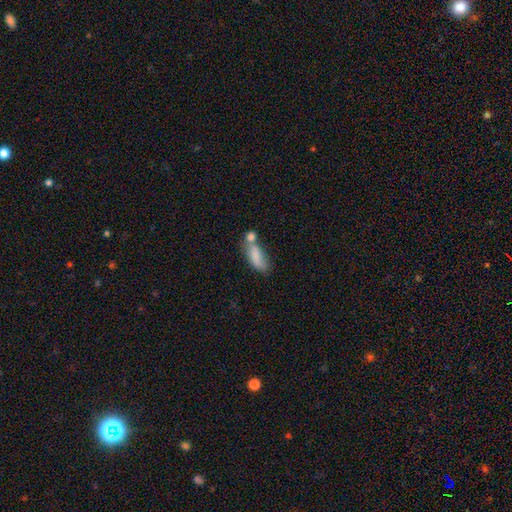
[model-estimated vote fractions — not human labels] smooth 77%, featured or disk 15%, star or artifact 8%. Down the decision tree: how rounded — in between (73%); merging — merger (47%).